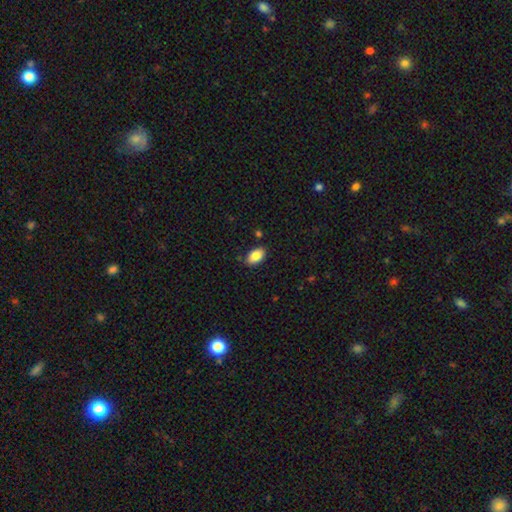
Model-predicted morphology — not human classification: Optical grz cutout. It shows a smooth galaxy with no disk features (85%) that is in between round and cigar-shaped (91%). Merging: none (85%).